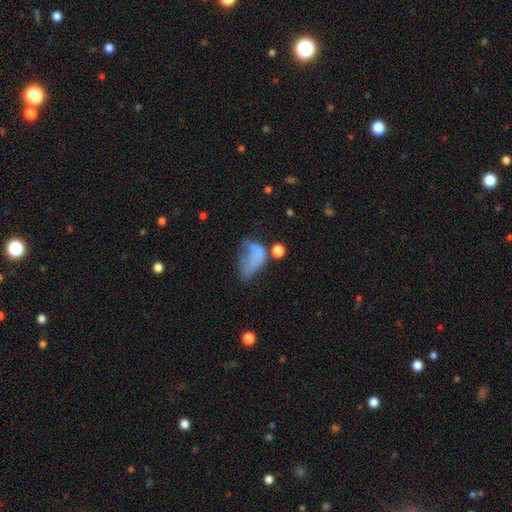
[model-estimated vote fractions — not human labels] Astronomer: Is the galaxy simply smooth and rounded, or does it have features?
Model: smooth — 56%.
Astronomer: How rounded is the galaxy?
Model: in between — 85%.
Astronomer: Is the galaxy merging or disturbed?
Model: major disturbance — 44% (runner-up: minor disturbance, 22%).